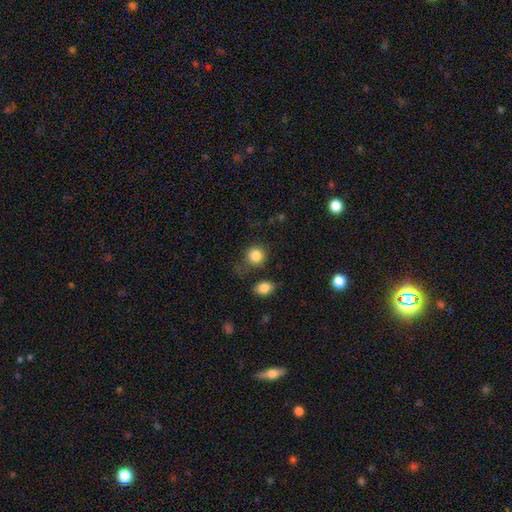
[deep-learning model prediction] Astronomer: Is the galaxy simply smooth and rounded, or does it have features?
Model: smooth — 84%.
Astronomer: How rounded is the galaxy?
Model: round — 86%.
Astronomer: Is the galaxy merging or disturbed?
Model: none — 71%.